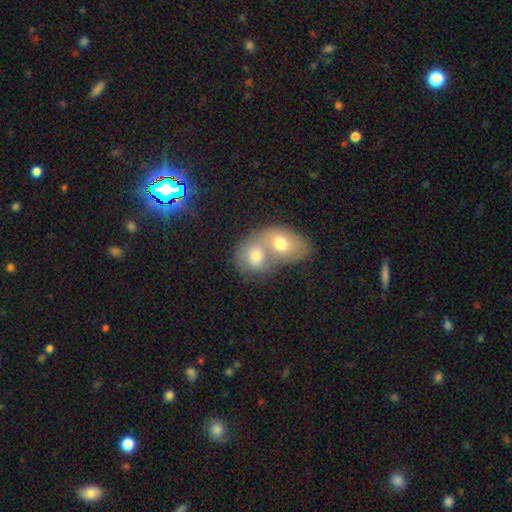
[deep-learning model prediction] Smooth or featured? Predicted: smooth (p=0.67). How rounded? Predicted: in between (p=0.54). Merging? Predicted: merger (p=0.74).